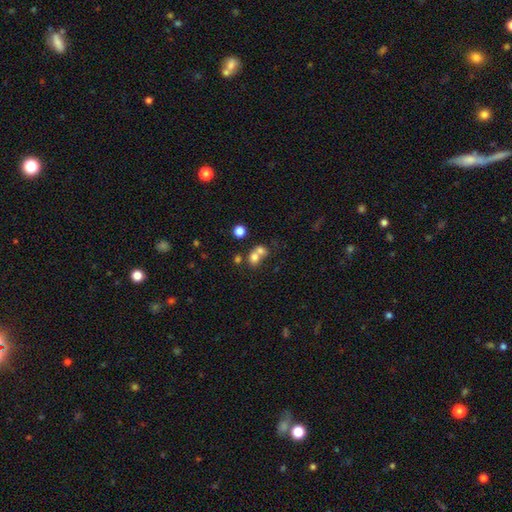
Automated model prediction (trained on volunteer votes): Q: Smooth or featured?
A: smooth (70%); runner-up: featured or disk (15%)
Q: How rounded?
A: round (67%); runner-up: in between (32%)
Q: Merging?
A: merger (59%); runner-up: none (31%)